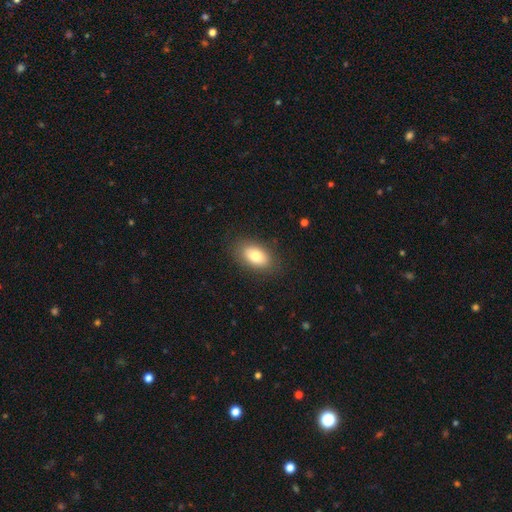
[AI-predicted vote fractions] smooth 80%, featured or disk 13%, star or artifact 8%. Down the decision tree: how rounded — in between (91%); merging — none (85%).